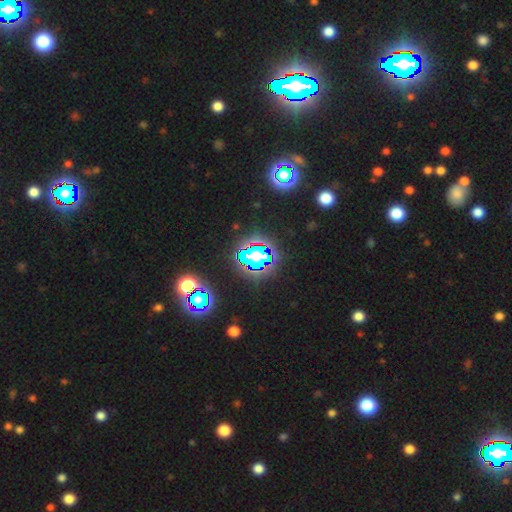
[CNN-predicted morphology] Smooth or featured? star or artifact (64%)